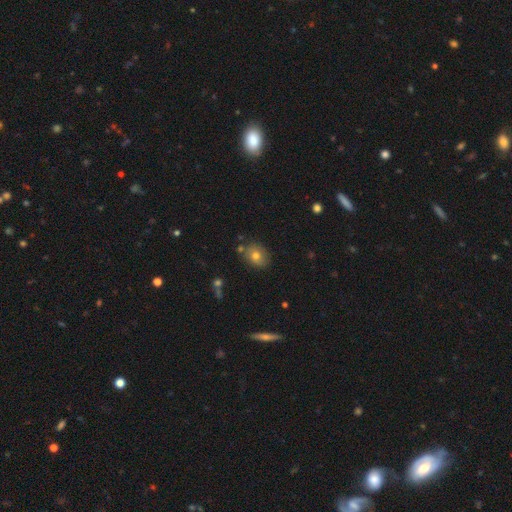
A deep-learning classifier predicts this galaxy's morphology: This appears to be a smooth galaxy with no disk features (71%) that is in between round and cigar-shaped (53%). Merging: none (77%).